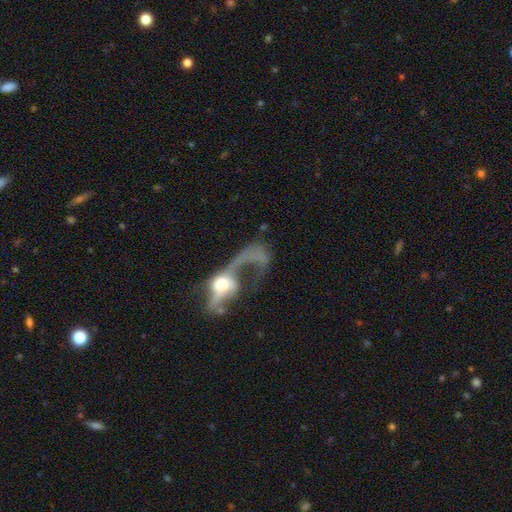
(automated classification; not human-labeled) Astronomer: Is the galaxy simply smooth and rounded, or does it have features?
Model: featured or disk — 63%.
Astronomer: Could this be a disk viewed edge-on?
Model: no — 81%.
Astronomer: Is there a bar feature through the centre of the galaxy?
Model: no — 74%.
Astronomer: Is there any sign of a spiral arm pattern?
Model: no — 50%, tied with yes at 50%.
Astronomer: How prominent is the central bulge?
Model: moderate — 53%.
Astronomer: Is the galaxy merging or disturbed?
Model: major disturbance — 60%.